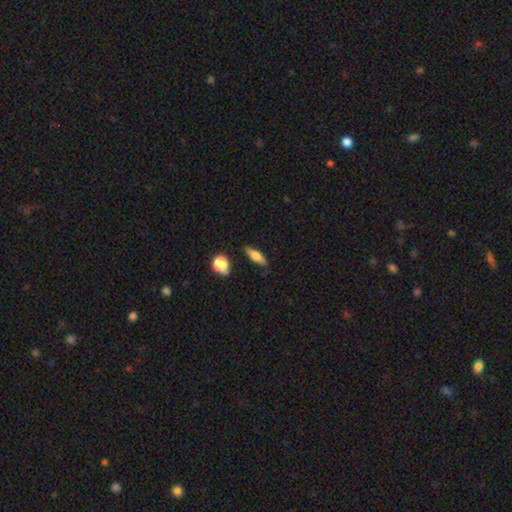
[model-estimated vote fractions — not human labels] This is possibly a smooth galaxy (57%). How rounded: possibly in between (47%, tied with cigar-shaped). Merging: clearly none (84%).